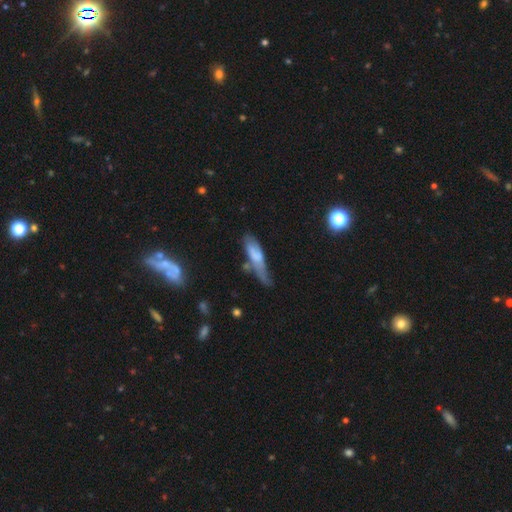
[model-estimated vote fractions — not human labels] Smooth or featured: smooth — 65% (featured or disk — 27%)
How rounded: cigar-shaped — 56% (in between — 42%)
Merging: minor disturbance — 36% (none — 27%)